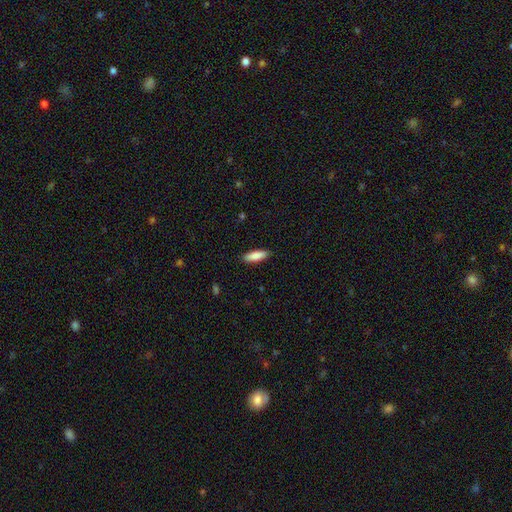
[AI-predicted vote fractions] Smooth or featured? smooth (86%)
How rounded? in between (50%)
Merging? none (89%)